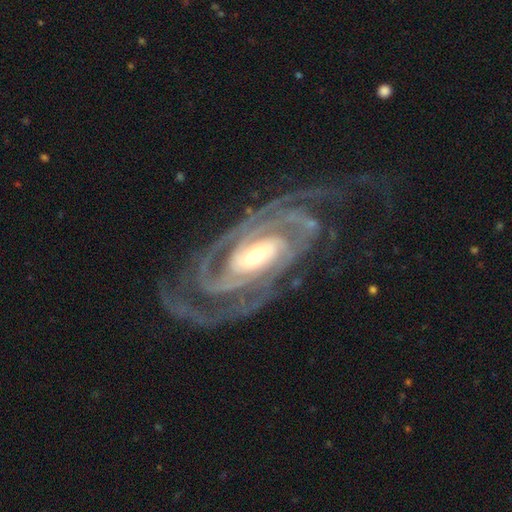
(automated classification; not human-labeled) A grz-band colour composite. It shows a featured or disk galaxy (93%) with no bar (37%), 2 (42%) tight (70%) spiral arms (98%) and a moderate central bulge (57%). Merging: none (68%).